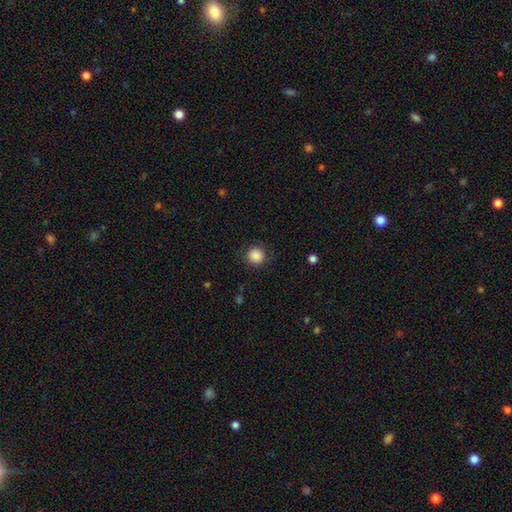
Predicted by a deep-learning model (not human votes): smooth-or-featured: smooth: 87% | star or artifact: 9% | featured or disk: 3%
  how-rounded: round: 94% | in between: 5% | cigar-shaped: 1%
  merging: none: 88% | minor disturbance: 8% | major disturbance: 3% | merger: 1%